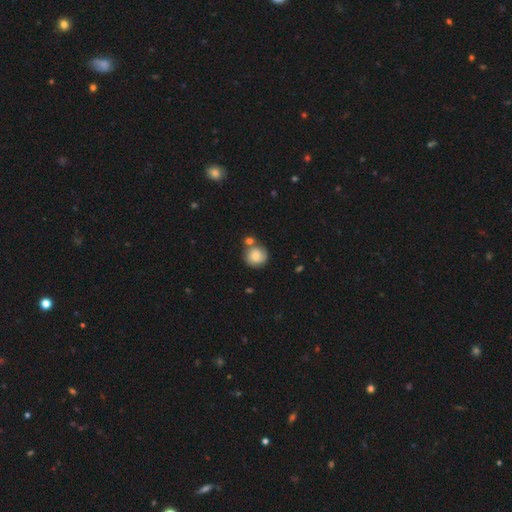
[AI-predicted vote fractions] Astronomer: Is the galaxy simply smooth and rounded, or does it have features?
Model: smooth — 71%.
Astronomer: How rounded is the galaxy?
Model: round — 89%.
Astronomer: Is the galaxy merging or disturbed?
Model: none — 57%.